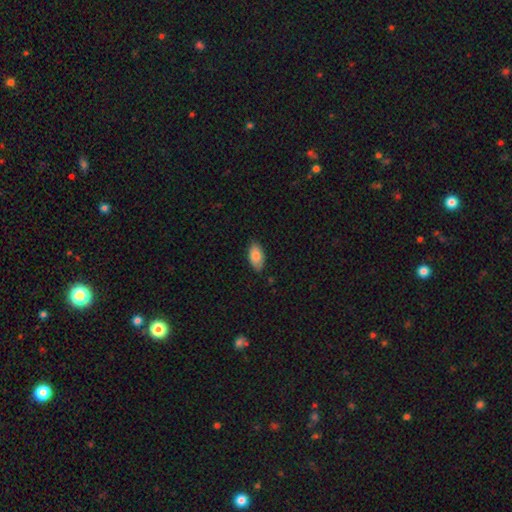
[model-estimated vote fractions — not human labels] Smooth or featured? smooth (83%)
How rounded? in between (94%)
Merging? none (84%)